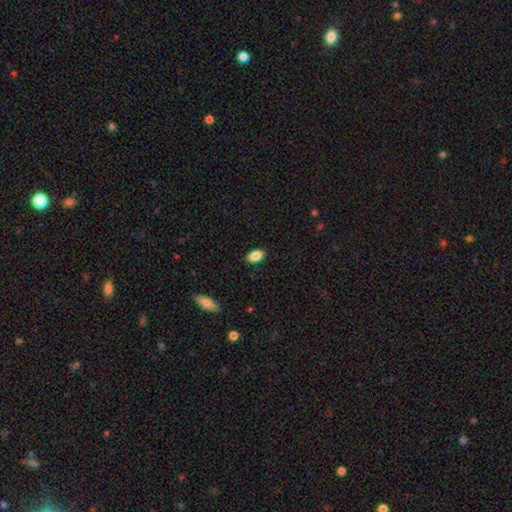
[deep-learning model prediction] This appears to be a smooth galaxy with no disk features (86%) that is in between round and cigar-shaped (92%). Merging: none (88%).